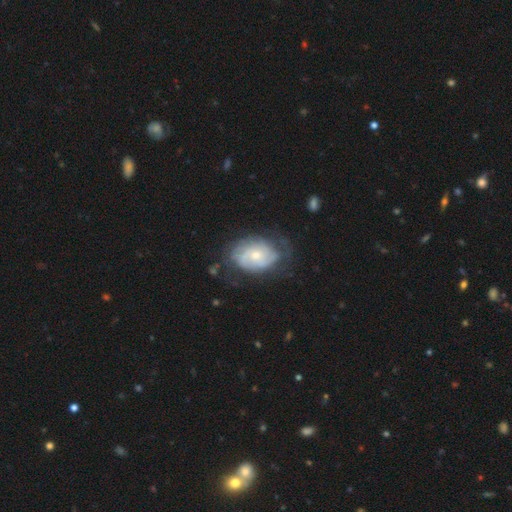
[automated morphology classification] The model was most divided on "spiral arm count": can't tell: 42%, 2: 35%, 3: 11%, 4: 4%, 1: 4%, more than 4: 3%. More confident: edge-on disk — no (97%); spiral arms — yes (86%); bar — no (72%); smooth or featured — featured or disk (71%); merging — none (60%); spiral winding — tight (58%); bulge size — small (54%).